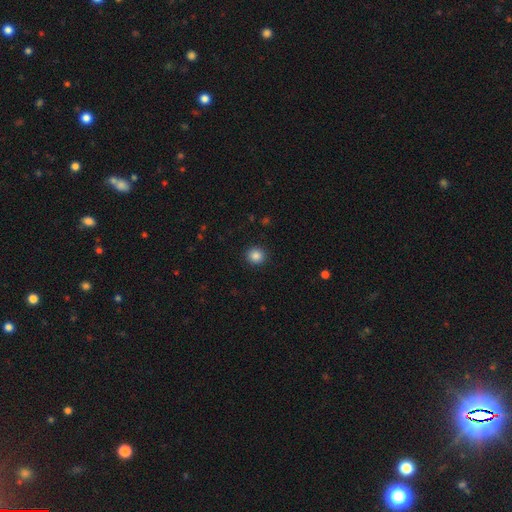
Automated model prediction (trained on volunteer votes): smooth_or_featured: smooth (p=0.86) [alt: star or artifact p=0.10]
how_rounded: round (p=0.91) [alt: in between p=0.08]
merging: none (p=0.92) [alt: minor disturbance p=0.05]